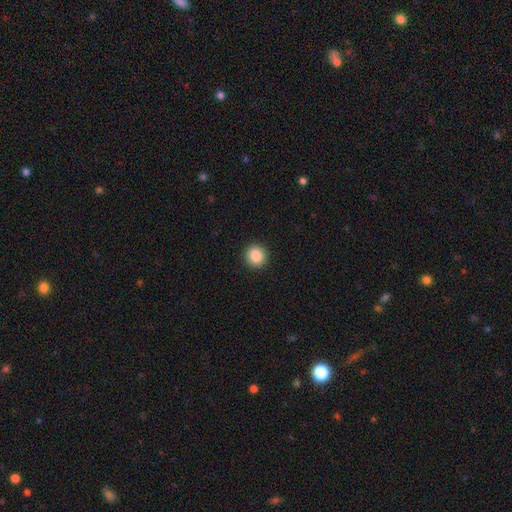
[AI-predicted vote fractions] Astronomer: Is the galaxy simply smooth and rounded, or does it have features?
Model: smooth — 87%.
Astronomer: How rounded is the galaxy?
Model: round — 92%.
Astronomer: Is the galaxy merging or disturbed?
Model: none — 93%.